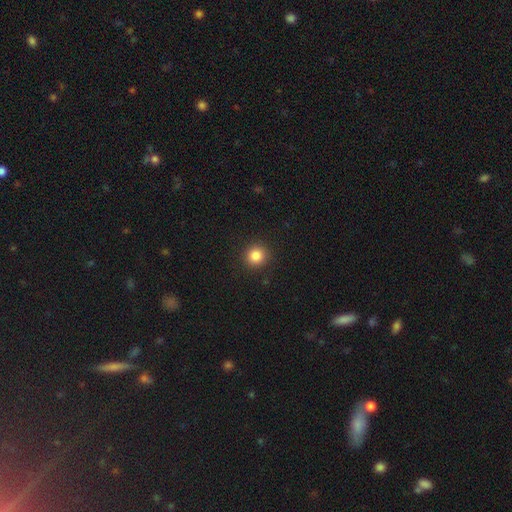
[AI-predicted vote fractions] Smooth or featured?
  - smooth: 85% *
  - star or artifact: 11%
  - featured or disk: 4%
How rounded?
  - round: 92% *
  - in between: 7%
  - cigar-shaped: 1%
Merging?
  - none: 91% *
  - minor disturbance: 6%
  - major disturbance: 2%
  - merger: 1%